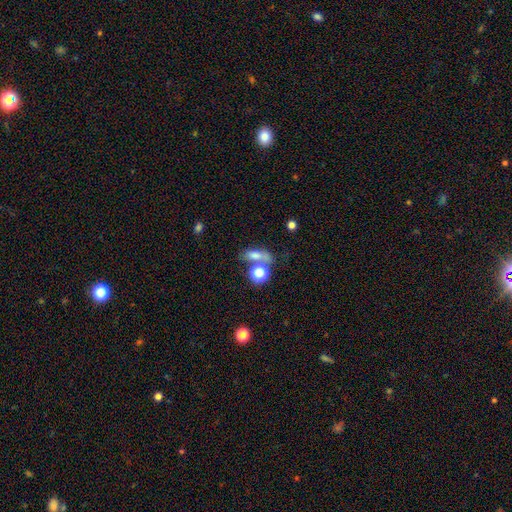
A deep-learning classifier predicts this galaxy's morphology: The model was most divided on "merging": none: 44%, merger: 32%, minor disturbance: 14%, major disturbance: 10%. More confident: smooth or featured — smooth (66%); how rounded — in between (57%).